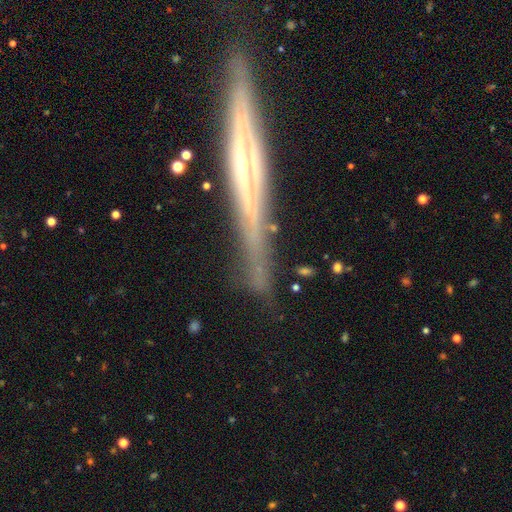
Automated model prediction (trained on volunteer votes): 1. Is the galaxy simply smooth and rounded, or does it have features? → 82% featured or disk, 11% smooth, 7% star or artifact.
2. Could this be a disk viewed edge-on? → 93% yes, 7% no.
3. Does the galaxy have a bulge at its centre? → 57% rounded, 33% none, 10% boxy.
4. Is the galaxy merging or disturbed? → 77% none, 16% minor disturbance, 5% major disturbance, 2% merger.